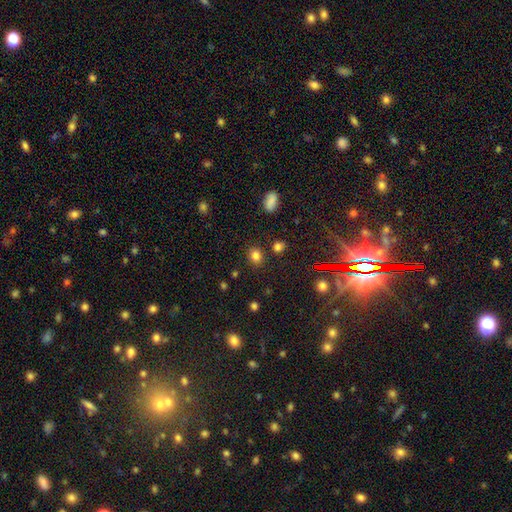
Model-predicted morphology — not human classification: smooth-or-featured: smooth: 80% | star or artifact: 15% | featured or disk: 6%
  how-rounded: round: 65% | in between: 33% | cigar-shaped: 1%
  merging: none: 84% | minor disturbance: 9% | merger: 4% | major disturbance: 3%